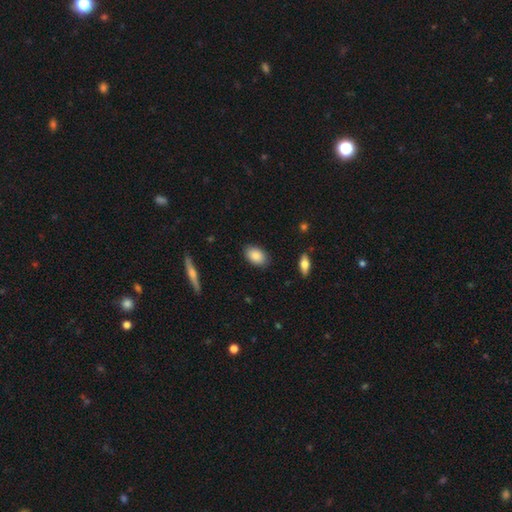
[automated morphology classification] A smooth galaxy with no disk features (87%) that is in between round and cigar-shaped (89%).

Vote fractions:
- Smooth or featured? smooth: 87% / featured or disk: 7% / star or artifact: 7%
- How rounded? in between: 89% / round: 9% / cigar-shaped: 2%
- Merging? none: 87% / minor disturbance: 10% / major disturbance: 2% / merger: 1%